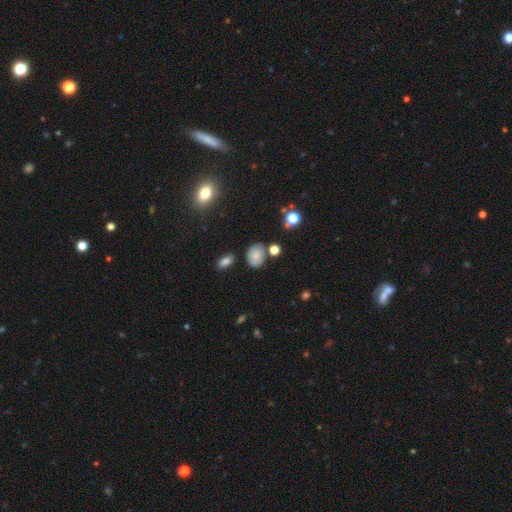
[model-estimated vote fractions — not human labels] Smooth or featured? Predicted: smooth (p=0.76). How rounded? Predicted: in between (p=0.56). Merging? Predicted: none (p=0.71).